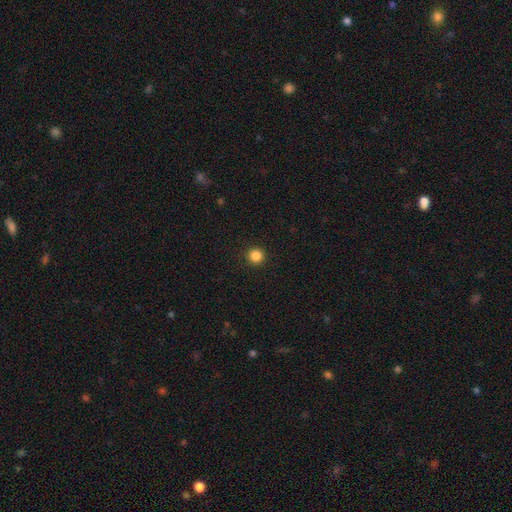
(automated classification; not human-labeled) Overall: smooth (86%). How rounded: round (95%). Merging: none (93%).